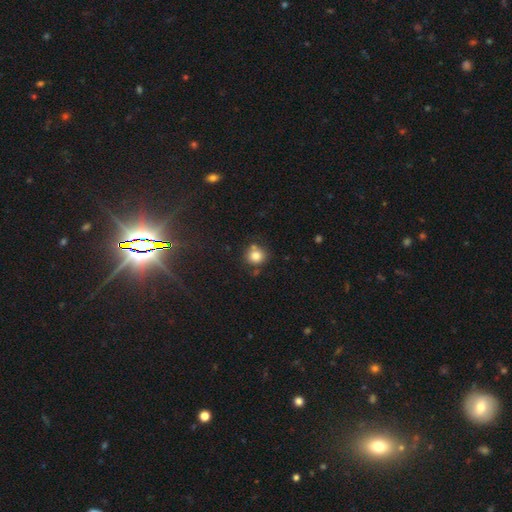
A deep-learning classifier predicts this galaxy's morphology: This appears to be a smooth galaxy with no disk features (80%) that is round (85%). Merging: none (70%).